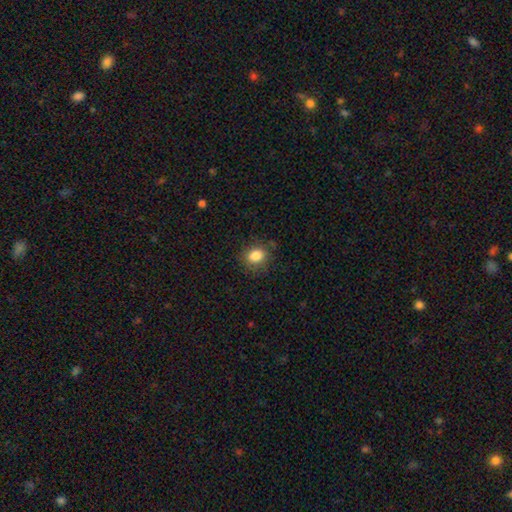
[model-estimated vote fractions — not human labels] smooth-or-featured: smooth: 84% | star or artifact: 10% | featured or disk: 6%
  how-rounded: round: 61% | in between: 38% | cigar-shaped: 1%
  merging: none: 80% | minor disturbance: 14% | major disturbance: 4% | merger: 1%